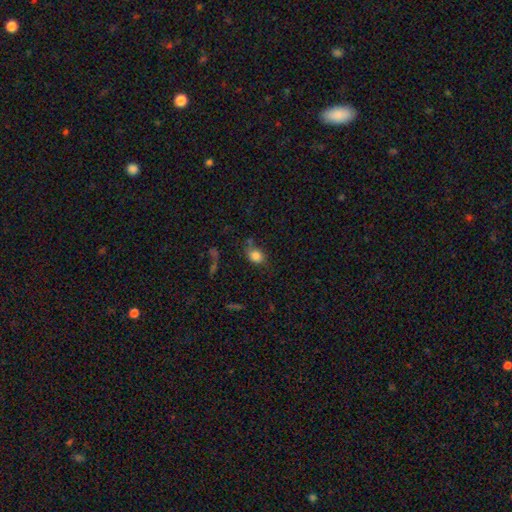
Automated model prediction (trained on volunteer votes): A smooth galaxy with no disk features (83%) that is round (52%).

Vote fractions:
- Smooth or featured? smooth: 83% / star or artifact: 10% / featured or disk: 7%
- How rounded? round: 52% / in between: 47% / cigar-shaped: 2%
- Merging? none: 59% / minor disturbance: 23% / major disturbance: 10% / merger: 8%